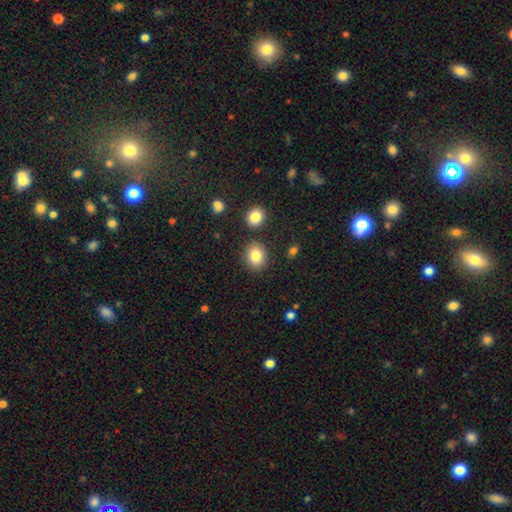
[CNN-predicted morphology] type=smooth (84%); roundness=round (59%); merging=none (83%).